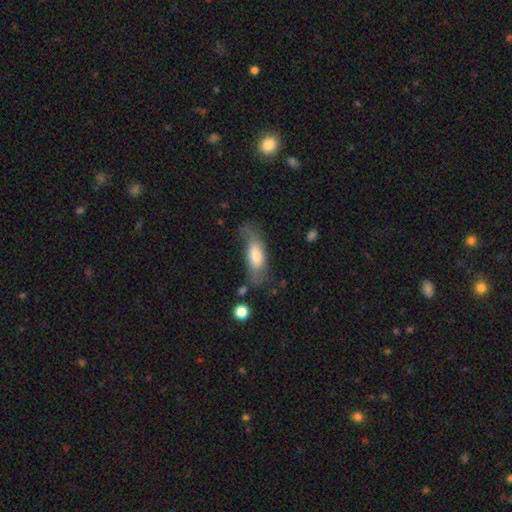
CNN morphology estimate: Q: Smooth or featured?
A: smooth (62%); runner-up: featured or disk (31%)
Q: How rounded?
A: in between (71%); runner-up: cigar-shaped (26%)
Q: Merging?
A: none (50%); runner-up: minor disturbance (28%)